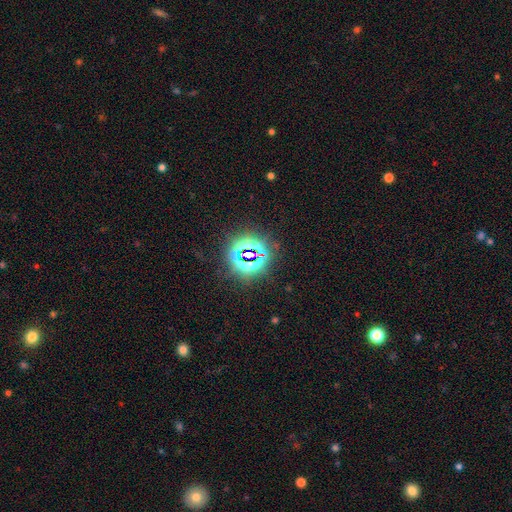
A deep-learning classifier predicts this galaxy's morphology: This appears to be a star or artifact, not a galaxy (82%).